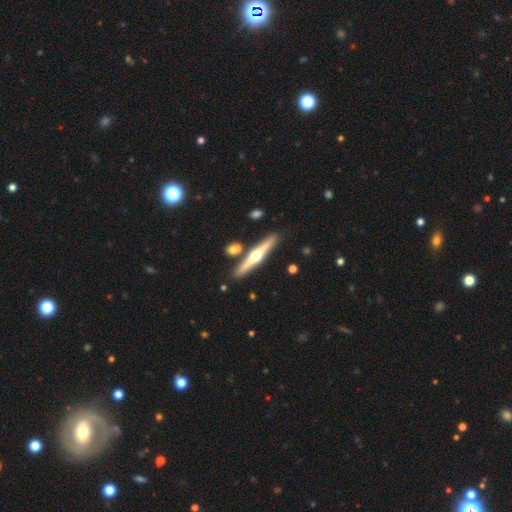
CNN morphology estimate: Overall: featured or disk (70%). Edge-on disk: yes (97%). Edge-on bulge: rounded (95%). Merging: none (84%).